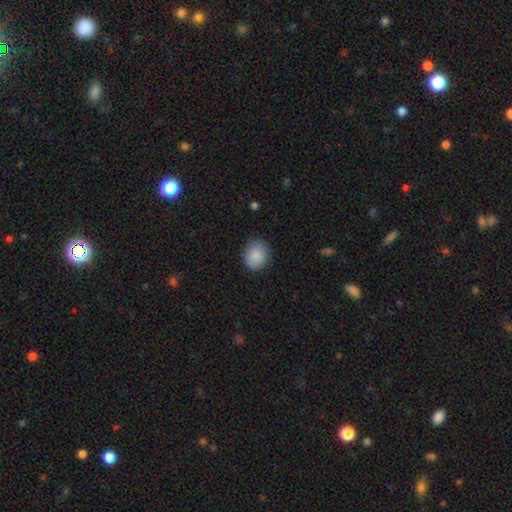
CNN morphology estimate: A smooth galaxy with no disk features (88%) that is round (72%).

Vote fractions:
- Smooth or featured? smooth: 88% / star or artifact: 7% / featured or disk: 5%
- How rounded? round: 72% / in between: 27% / cigar-shaped: 1%
- Merging? none: 81% / minor disturbance: 15% / major disturbance: 3% / merger: 1%